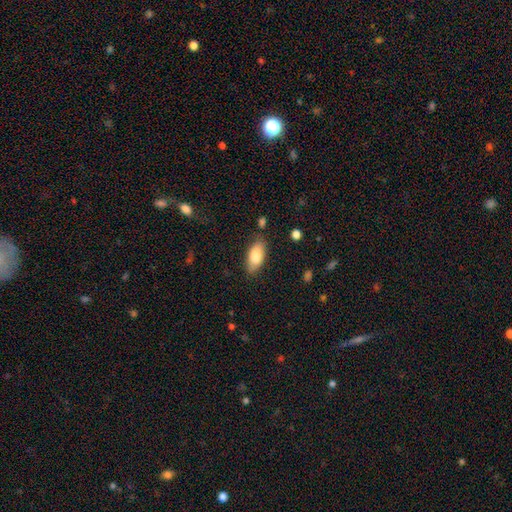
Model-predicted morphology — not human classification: smooth-or-featured: smooth: 82% | featured or disk: 12% | star or artifact: 6%
  how-rounded: in between: 88% | cigar-shaped: 9% | round: 3%
  merging: none: 79% | minor disturbance: 15% | major disturbance: 4% | merger: 2%